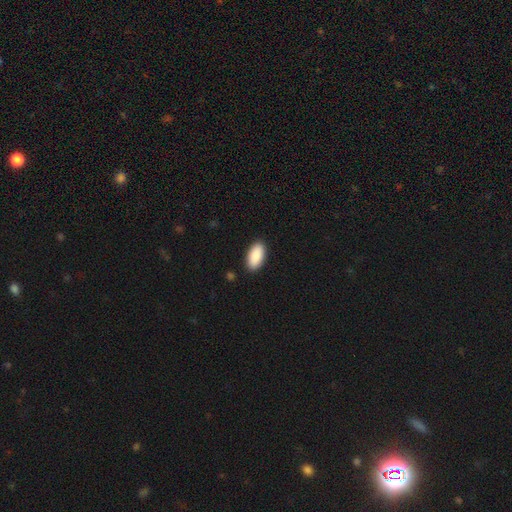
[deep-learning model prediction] smooth_or_featured: smooth (p=0.91) [alt: star or artifact p=0.06]
how_rounded: in between (p=0.94) [alt: cigar-shaped p=0.04]
merging: none (p=0.89) [alt: minor disturbance p=0.08]